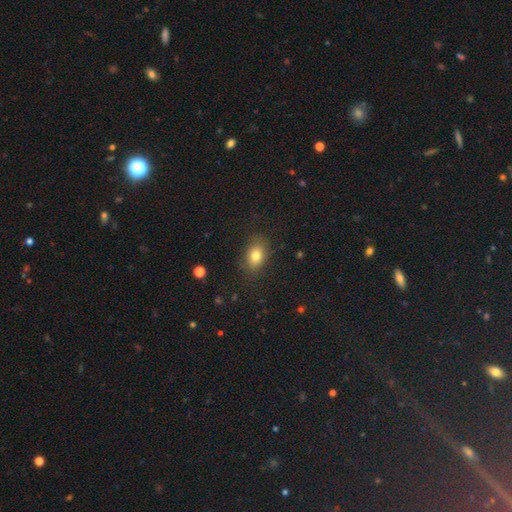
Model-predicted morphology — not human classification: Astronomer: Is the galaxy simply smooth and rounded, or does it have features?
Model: smooth — 80%.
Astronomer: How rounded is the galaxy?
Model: in between — 74%.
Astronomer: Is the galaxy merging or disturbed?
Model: none — 82%.